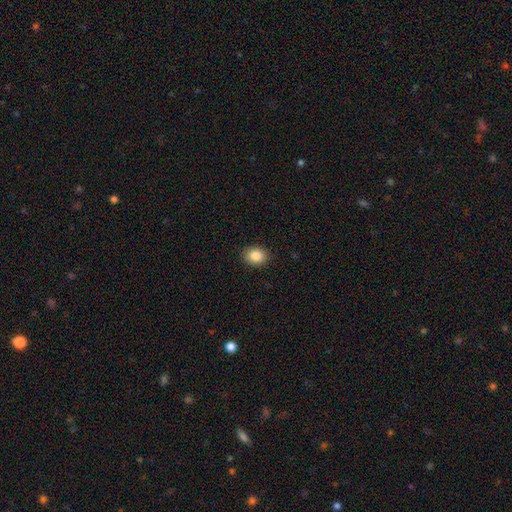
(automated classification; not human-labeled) This appears to be a smooth galaxy with no disk features (86%) that is round (53%). Merging: none (90%).